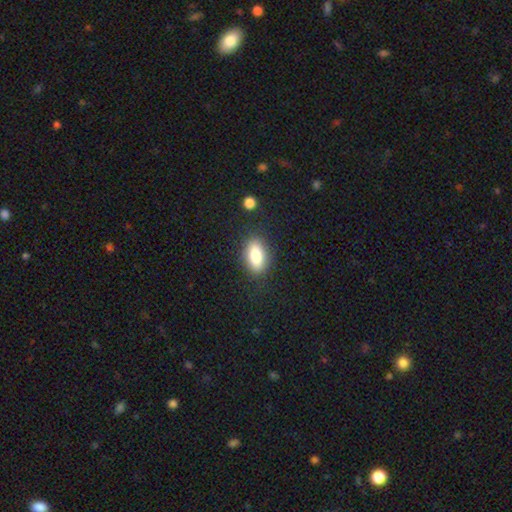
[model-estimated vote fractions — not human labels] Overall: smooth (79%). How rounded: in between (87%). Merging: none (84%).